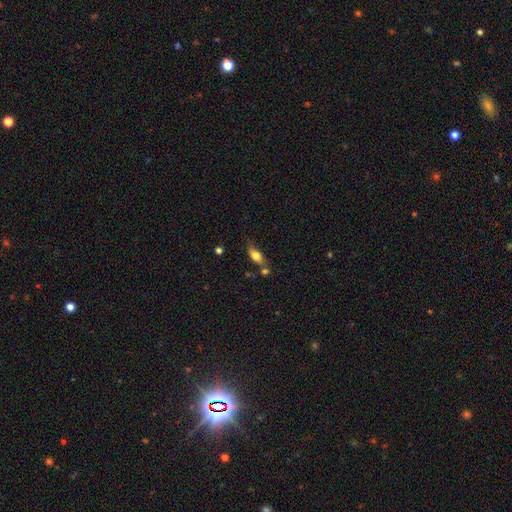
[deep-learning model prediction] Overall: smooth (66%). How rounded: in between (76%). Merging: none (55%; minor disturbance 21%).